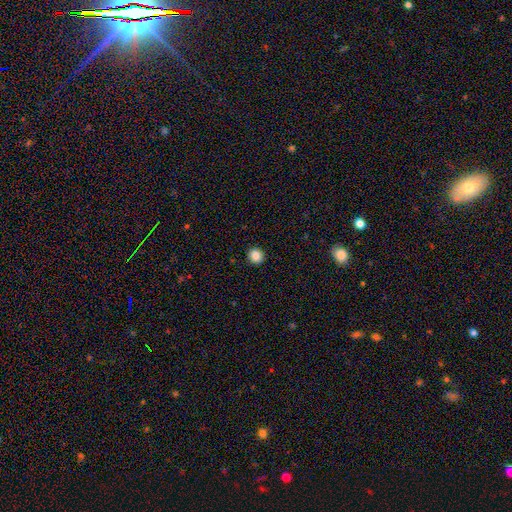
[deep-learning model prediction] The model was most divided on "smooth or featured": smooth: 86%, star or artifact: 10%, featured or disk: 4%. More confident: merging — none (93%); how rounded — round (88%).